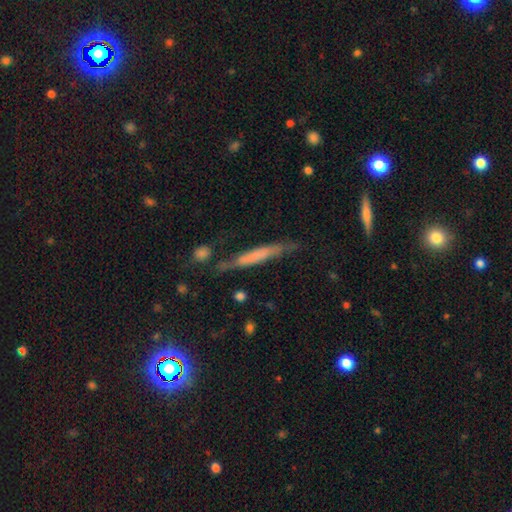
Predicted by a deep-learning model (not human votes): Smooth or featured? Predicted: smooth (p=0.49). Merging? Predicted: none (p=0.59).